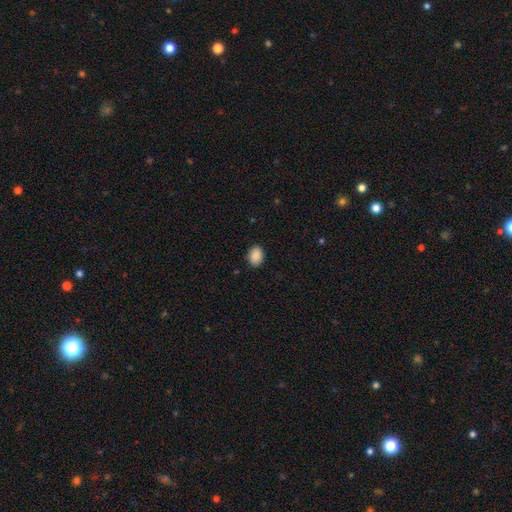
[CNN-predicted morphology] A smooth galaxy with no disk features (90%) that is in between round and cigar-shaped (69%).

Vote fractions:
- Smooth or featured? smooth: 90% / star or artifact: 7% / featured or disk: 3%
- How rounded? in between: 69% / round: 30% / cigar-shaped: 1%
- Merging? none: 89% / minor disturbance: 8% / major disturbance: 2% / merger: 1%